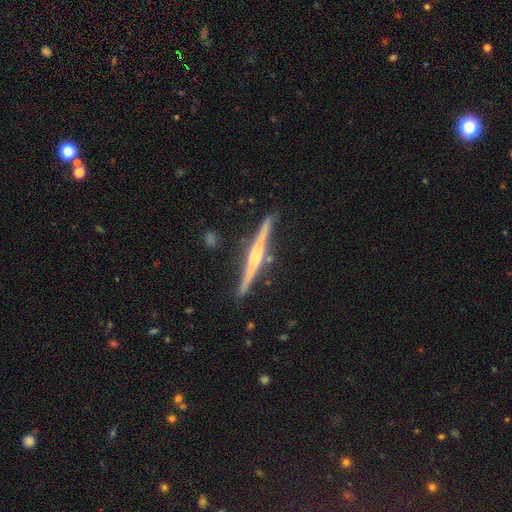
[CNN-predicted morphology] The model was most divided on "edge-on bulge": rounded: 65%, none: 19%, boxy: 16%. More confident: edge-on disk — yes (98%); merging — none (87%); smooth or featured — featured or disk (77%).